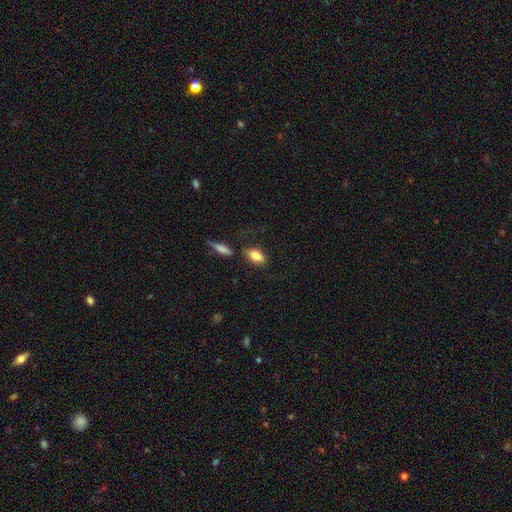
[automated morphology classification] smooth 82%, featured or disk 10%, star or artifact 8%. Down the decision tree: how rounded — in between (87%); merging — none (77%).